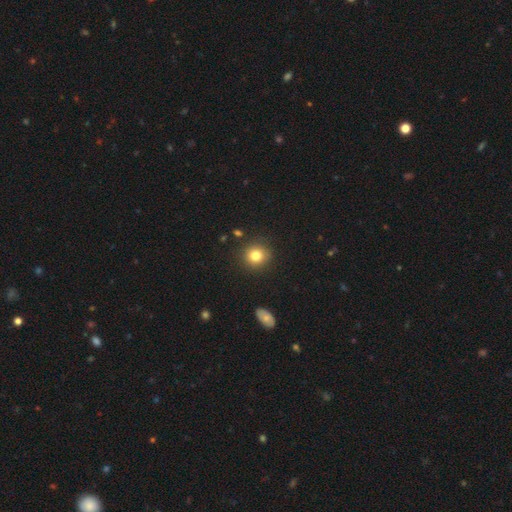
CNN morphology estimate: smooth_or_featured: smooth (p=0.82) [alt: star or artifact p=0.11]
how_rounded: round (p=0.88) [alt: in between p=0.12]
merging: none (p=0.88) [alt: minor disturbance p=0.08]